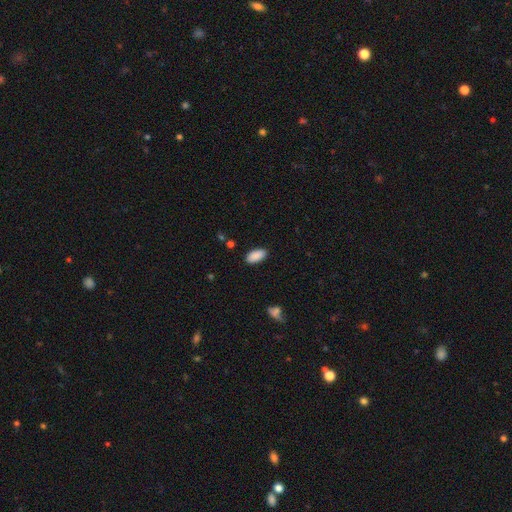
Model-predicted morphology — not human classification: Q: Smooth or featured?
A: smooth (90%); runner-up: star or artifact (7%)
Q: How rounded?
A: in between (93%); runner-up: cigar-shaped (5%)
Q: Merging?
A: none (88%); runner-up: minor disturbance (9%)